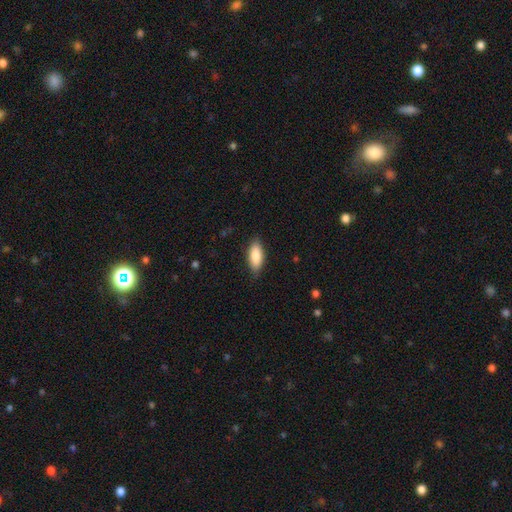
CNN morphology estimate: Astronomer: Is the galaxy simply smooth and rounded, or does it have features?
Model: smooth — 85%.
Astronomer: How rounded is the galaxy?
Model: in between — 83%.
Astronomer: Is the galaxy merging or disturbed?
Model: none — 84%.